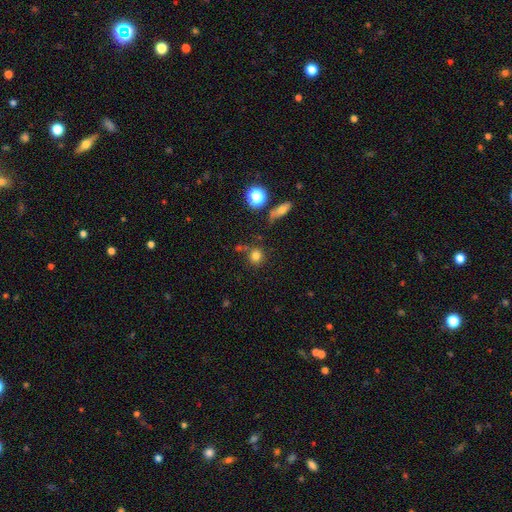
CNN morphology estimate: smooth 78%, star or artifact 14%, featured or disk 7%. Down the decision tree: how rounded — round (86%); merging — none (75%).